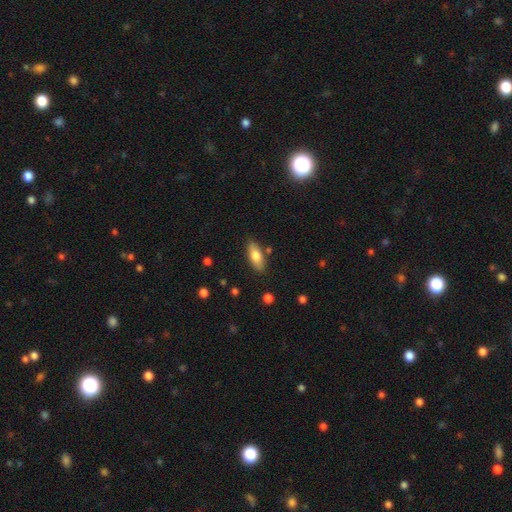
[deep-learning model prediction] Overall: smooth (75%). How rounded: in between (79%). Merging: none (83%).